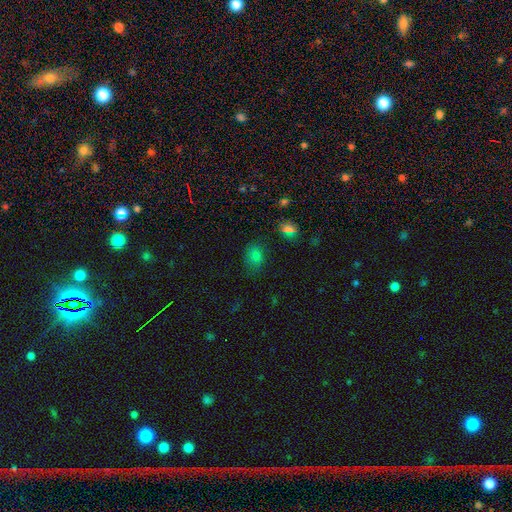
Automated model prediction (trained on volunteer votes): Morphology: type=smooth (78%); roundness=in between (74%); merging=none (68%).